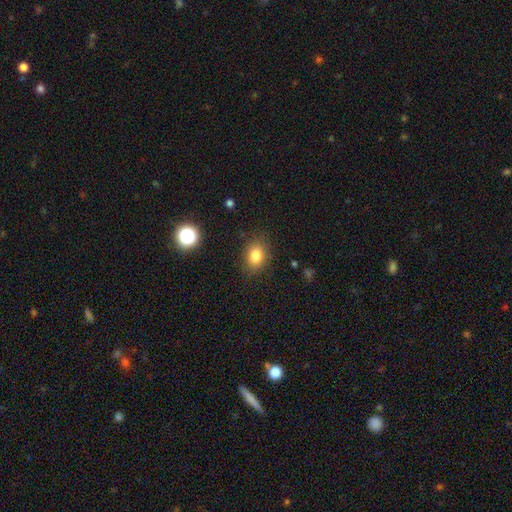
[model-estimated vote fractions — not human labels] This is clearly a smooth galaxy (81%). How rounded: possibly in between (59%). Merging: clearly none (84%).